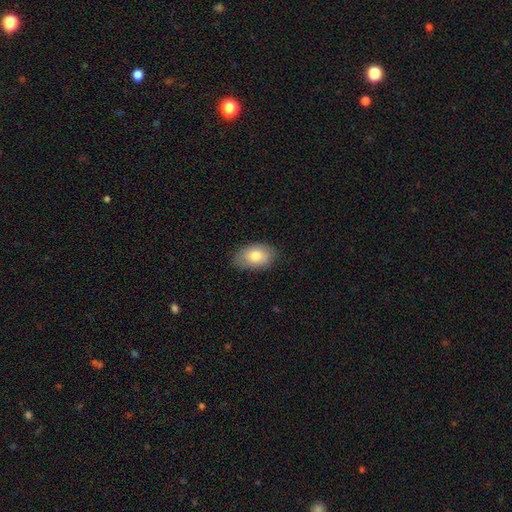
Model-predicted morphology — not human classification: Smooth or featured?
  - smooth: 78% *
  - featured or disk: 15%
  - star or artifact: 7%
How rounded?
  - in between: 90% *
  - round: 8%
  - cigar-shaped: 1%
Merging?
  - none: 80% *
  - minor disturbance: 16%
  - major disturbance: 3%
  - merger: 1%